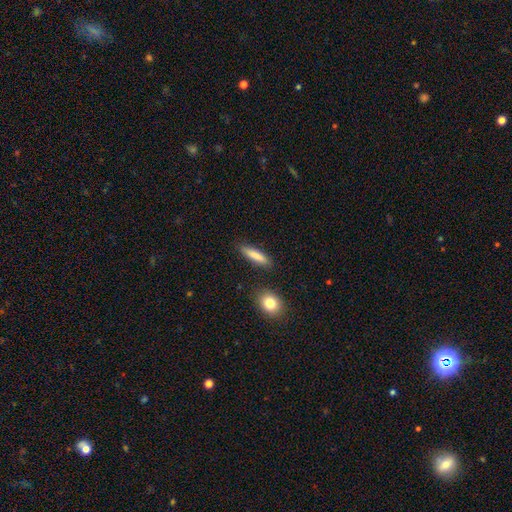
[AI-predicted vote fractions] Smooth or featured? Predicted: smooth (p=0.84). How rounded? Predicted: cigar-shaped (p=0.77). Merging? Predicted: none (p=0.86).